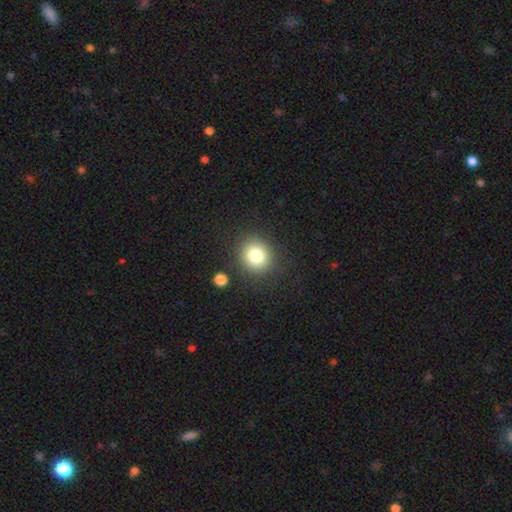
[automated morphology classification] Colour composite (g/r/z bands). It shows a smooth galaxy with no disk features (79%) that is round (84%). Merging: none (87%).